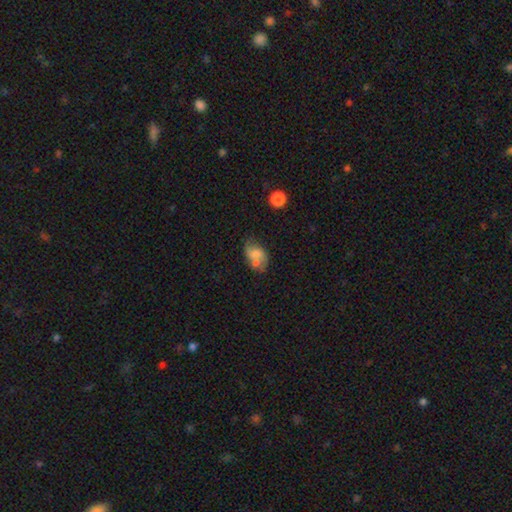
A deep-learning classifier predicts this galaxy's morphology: type=smooth (57%); roundness=in between (83%); merging=none (37%).